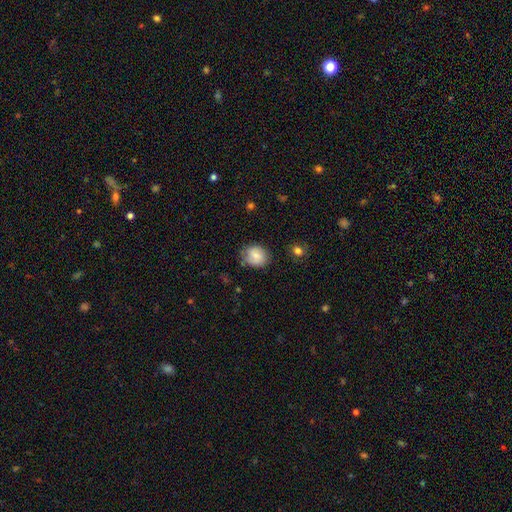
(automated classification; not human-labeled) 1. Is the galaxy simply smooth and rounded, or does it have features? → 77% smooth, 14% featured or disk, 8% star or artifact.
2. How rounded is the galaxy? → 66% round, 33% in between, 1% cigar-shaped.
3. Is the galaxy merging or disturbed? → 73% none, 20% minor disturbance, 5% major disturbance, 2% merger.